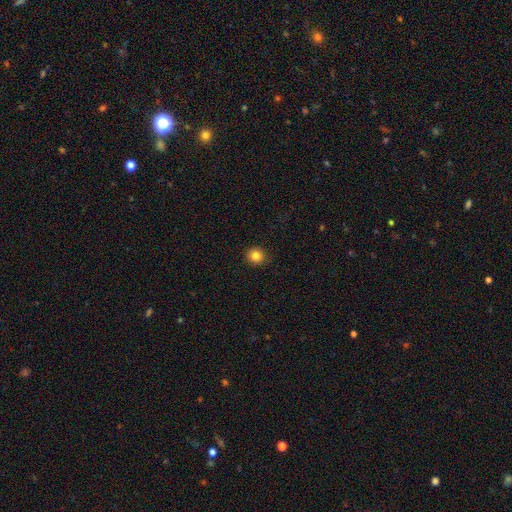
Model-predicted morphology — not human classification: This is clearly a smooth galaxy (83%). How rounded: clearly round (90%). Merging: clearly none (91%).